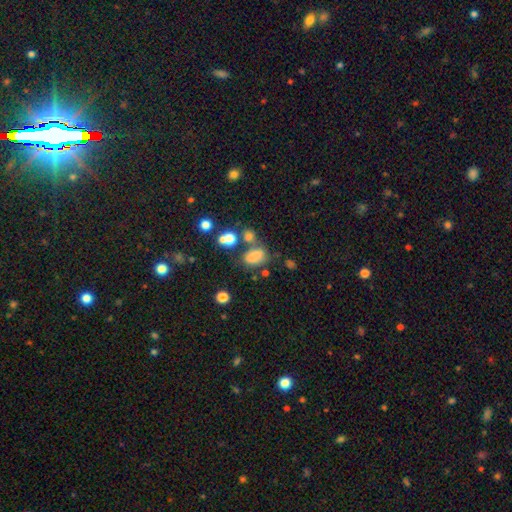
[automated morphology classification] This is likely a smooth galaxy (69%). How rounded: likely in between (78%). Merging: marginally none (42%).